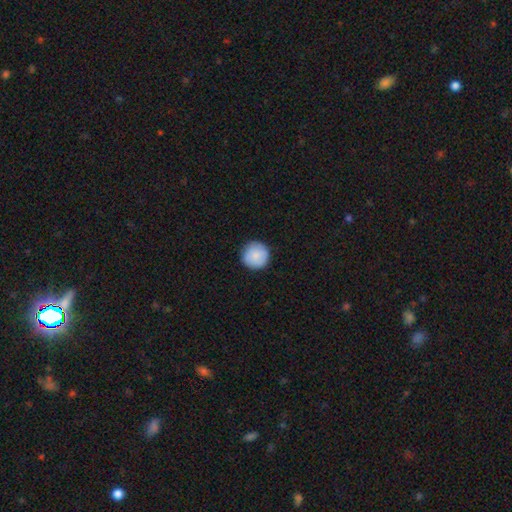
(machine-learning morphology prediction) Smooth or featured? Predicted: smooth (p=0.86). How rounded? Predicted: round (p=0.96). Merging? Predicted: none (p=0.90).